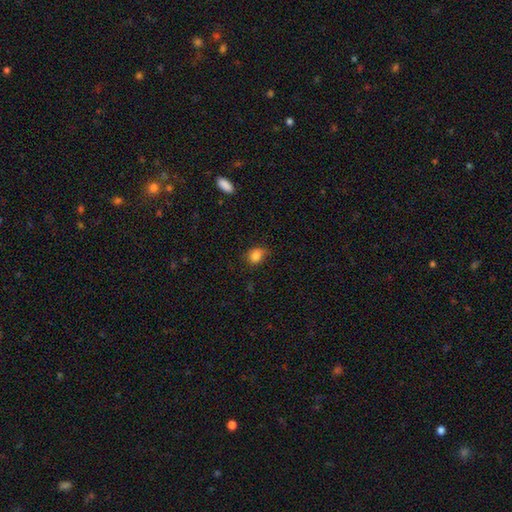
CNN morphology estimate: The model was most divided on "how rounded": round: 57%, in between: 42%, cigar-shaped: 1%. More confident: smooth or featured — smooth (83%); merging — none (68%).